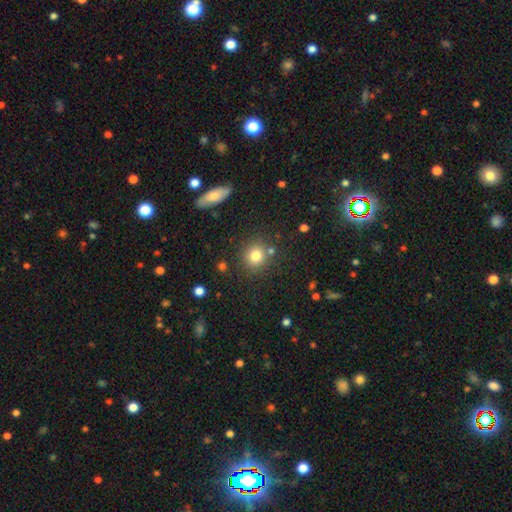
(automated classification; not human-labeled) The model was most divided on "smooth or featured": smooth: 80%, star or artifact: 13%, featured or disk: 8%. More confident: how rounded — round (87%); merging — none (80%).